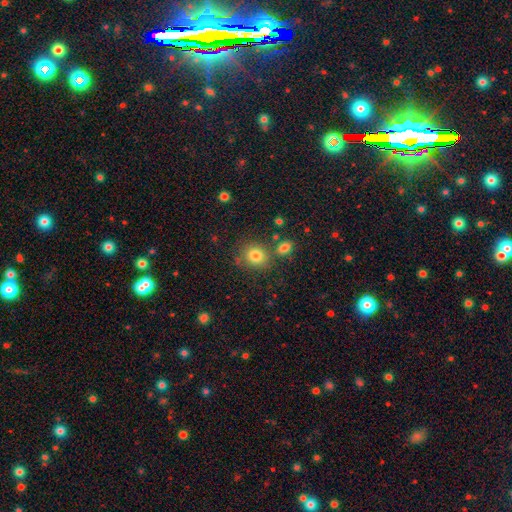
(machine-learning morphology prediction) A smooth galaxy with no disk features (80%) that is round (75%).

Vote fractions:
- Smooth or featured? smooth: 80% / star or artifact: 12% / featured or disk: 8%
- How rounded? round: 75% / in between: 25% / cigar-shaped: 1%
- Merging? none: 71% / merger: 13% / minor disturbance: 12% / major disturbance: 4%